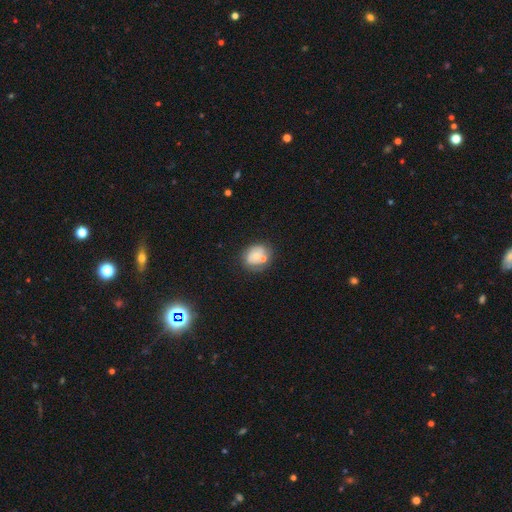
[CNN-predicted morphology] Q: Smooth or featured?
A: smooth (56%); runner-up: featured or disk (33%)
Q: How rounded?
A: round (53%); runner-up: in between (46%)
Q: Merging?
A: none (55%); runner-up: minor disturbance (21%)